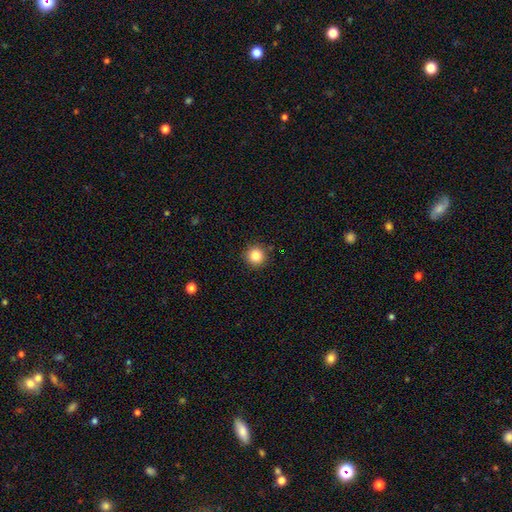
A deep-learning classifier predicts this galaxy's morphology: Overall: smooth (84%). How rounded: round (95%). Merging: none (91%).